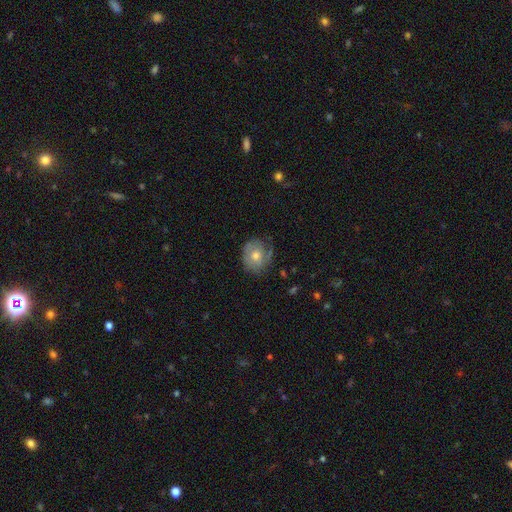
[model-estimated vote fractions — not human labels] Q: Smooth or featured?
A: featured or disk (50%); runner-up: smooth (42%)
Q: Merging?
A: none (65%); runner-up: minor disturbance (24%)